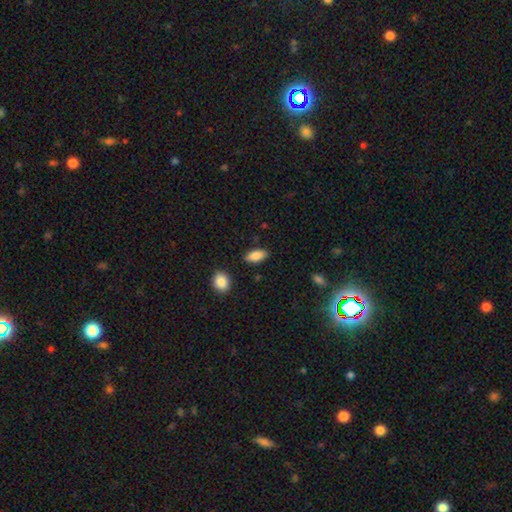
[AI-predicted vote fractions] Smooth or featured?
  - smooth: 87% *
  - star or artifact: 7%
  - featured or disk: 6%
How rounded?
  - in between: 88% *
  - cigar-shaped: 9%
  - round: 3%
Merging?
  - none: 86% *
  - minor disturbance: 10%
  - major disturbance: 2%
  - merger: 2%